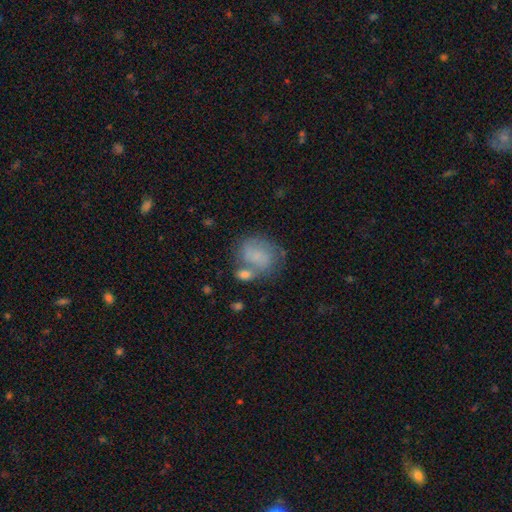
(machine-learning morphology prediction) Smooth or featured: smooth — 64% (featured or disk — 27%)
How rounded: round — 53% (in between — 46%)
Merging: none — 43% (merger — 25%)